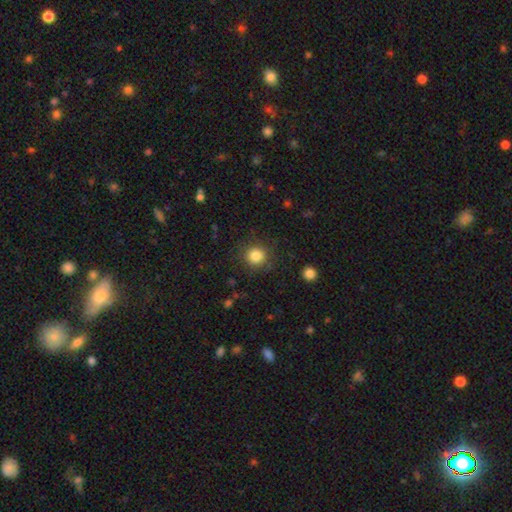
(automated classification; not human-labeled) smooth-or-featured: smooth: 83% | star or artifact: 11% | featured or disk: 5%
  how-rounded: round: 92% | in between: 7% | cigar-shaped: 1%
  merging: none: 86% | minor disturbance: 8% | major disturbance: 4% | merger: 1%